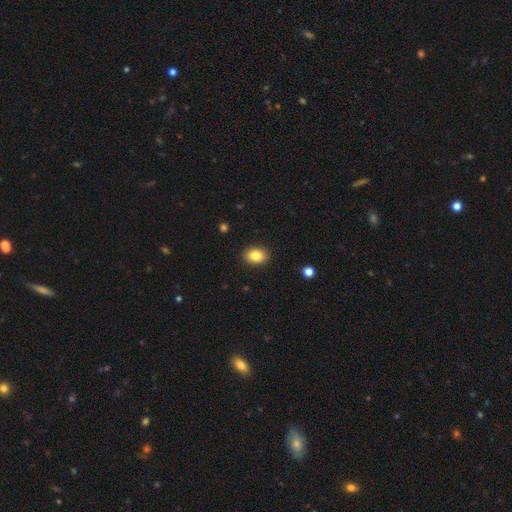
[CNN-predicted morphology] Smooth or featured? Predicted: smooth (p=0.85). How rounded? Predicted: in between (p=0.61). Merging? Predicted: none (p=0.90).